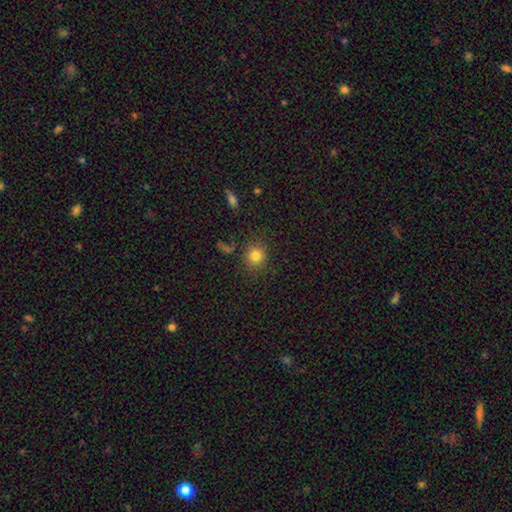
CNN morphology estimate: A smooth galaxy with no disk features (81%) that is round (83%).

Vote fractions:
- Smooth or featured? smooth: 81% / star or artifact: 13% / featured or disk: 7%
- How rounded? round: 83% / in between: 15% / cigar-shaped: 1%
- Merging? none: 84% / minor disturbance: 10% / major disturbance: 4% / merger: 3%